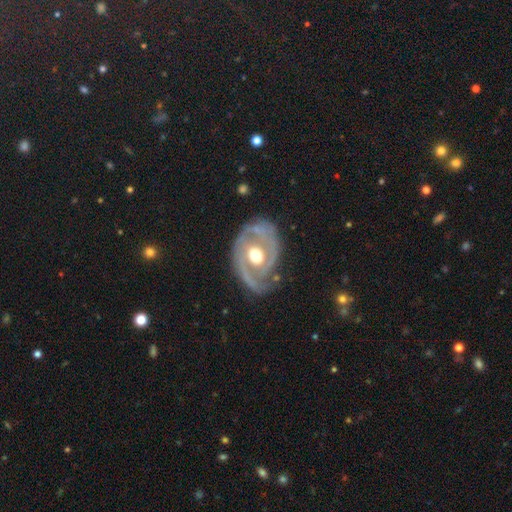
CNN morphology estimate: Smooth or featured: featured or disk — 85% (smooth — 10%)
Edge-on disk: no — 97% (yes — 3%)
Bar: no — 63% (weak — 28%)
Spiral arms: yes — 85% (no — 15%)
Spiral winding: tight — 46% (medium — 38%)
Spiral arm count: 2 — 65% (can't tell — 13%)
Bulge size: moderate — 74% (large — 17%)
Merging: none — 66% (minor disturbance — 22%)